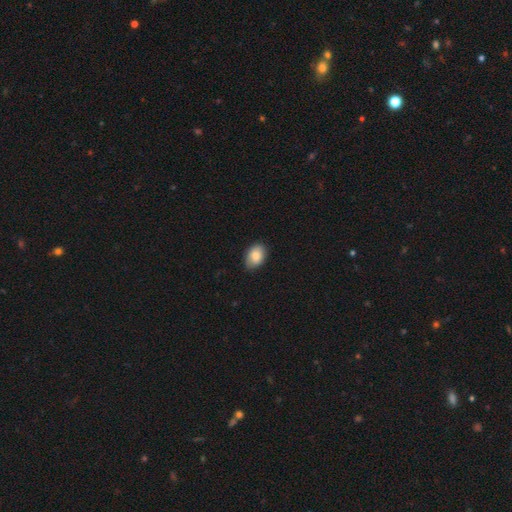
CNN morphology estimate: type=smooth (84%); roundness=in between (85%); merging=none (81%).